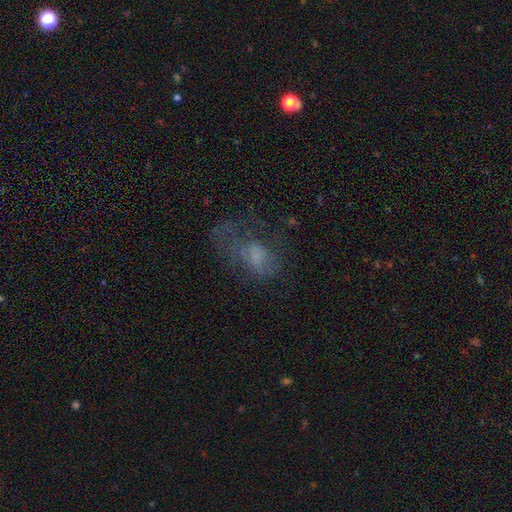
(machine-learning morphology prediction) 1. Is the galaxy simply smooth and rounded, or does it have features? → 45% smooth, 37% featured or disk, 18% star or artifact.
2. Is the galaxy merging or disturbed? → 46% major disturbance, 32% none, 18% minor disturbance, 3% merger.